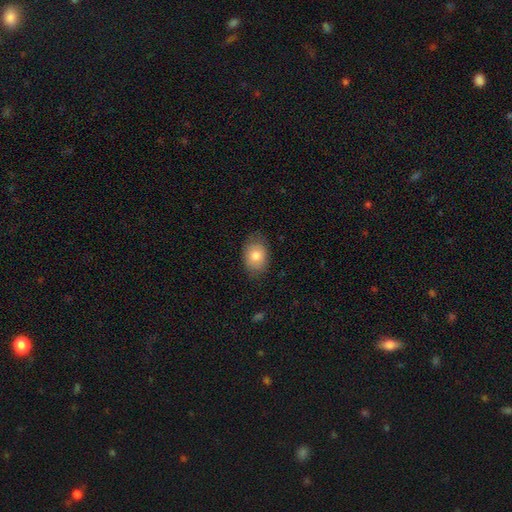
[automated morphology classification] Smooth or featured? smooth (78%)
How rounded? in between (74%)
Merging? none (74%)